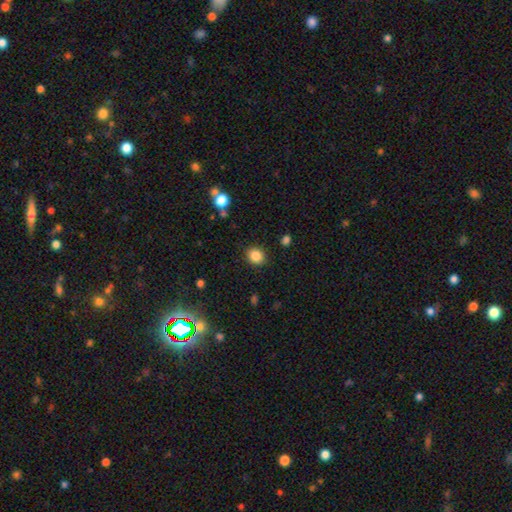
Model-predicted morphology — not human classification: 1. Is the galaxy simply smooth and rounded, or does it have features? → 85% smooth, 10% star or artifact, 5% featured or disk.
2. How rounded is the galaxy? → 69% round, 30% in between, 1% cigar-shaped.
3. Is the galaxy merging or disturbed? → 89% none, 7% minor disturbance, 2% major disturbance, 1% merger.